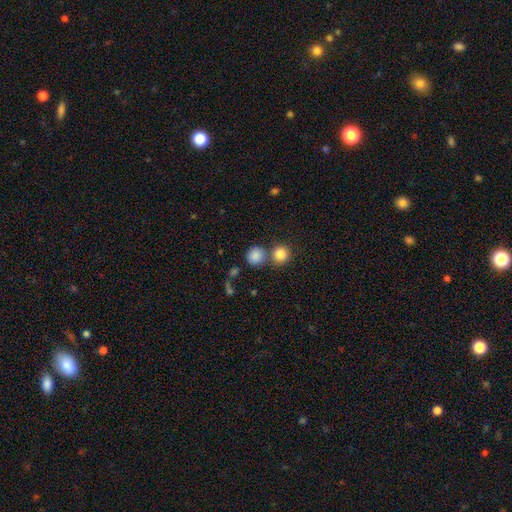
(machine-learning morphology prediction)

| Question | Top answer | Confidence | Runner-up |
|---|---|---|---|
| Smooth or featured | smooth | 84% | star or artifact (11%) |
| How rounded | round | 90% | in between (9%) |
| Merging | none | 67% | merger (21%) |